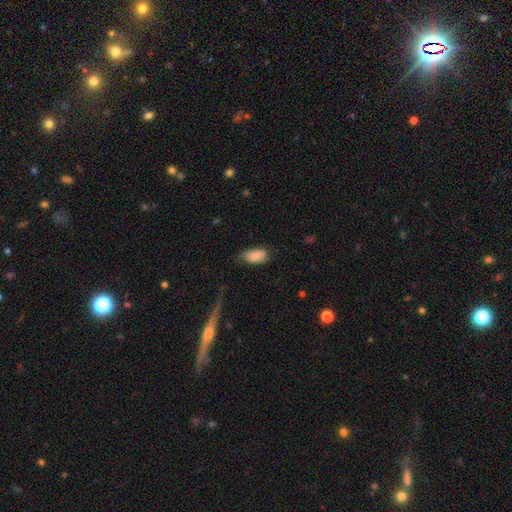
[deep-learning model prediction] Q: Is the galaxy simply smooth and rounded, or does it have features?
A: smooth — 80%.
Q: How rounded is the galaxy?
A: in between — 94%.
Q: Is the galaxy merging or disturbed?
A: none — 56%.